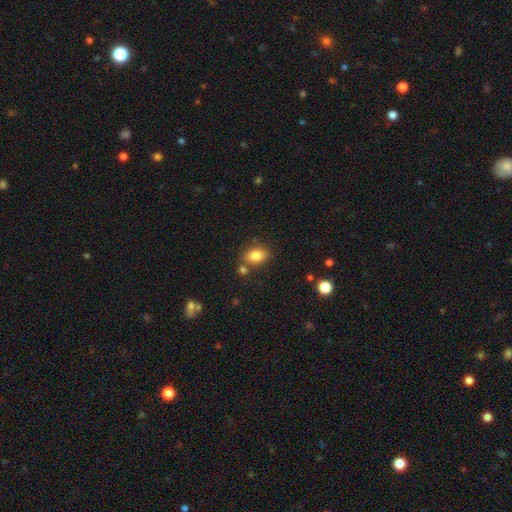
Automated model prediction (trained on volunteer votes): A smooth galaxy with no disk features (84%) that is in between round and cigar-shaped (77%).

Vote fractions:
- Smooth or featured? smooth: 84% / star or artifact: 9% / featured or disk: 7%
- How rounded? in between: 77% / round: 22% / cigar-shaped: 1%
- Merging? none: 73% / minor disturbance: 12% / merger: 12% / major disturbance: 3%